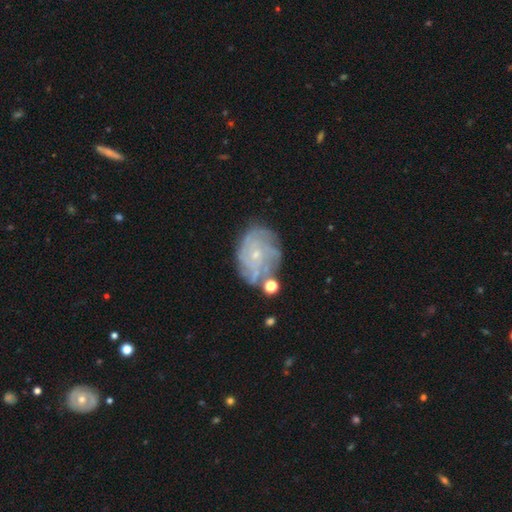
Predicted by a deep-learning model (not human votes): This is likely a featured or disk galaxy (80%). It is clearly not viewed edge-on (97%). Bar: likely no (78%). Spiral arm pattern: clearly yes (93%). Spiral arm count: marginally can't tell (33%). Spiral winding: likely tight (66%). Central bulge: likely small (79%). Merging: likely none (67%).